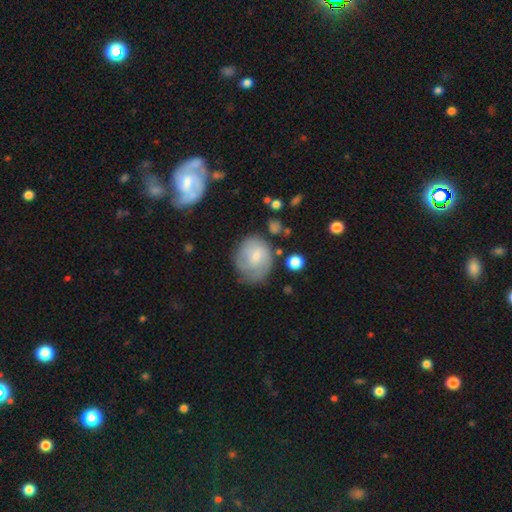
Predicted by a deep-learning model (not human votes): smooth_or_featured: smooth (p=0.60) [alt: featured or disk p=0.32]
how_rounded: round (p=0.59) [alt: in between p=0.40]
merging: none (p=0.57) [alt: minor disturbance p=0.27]